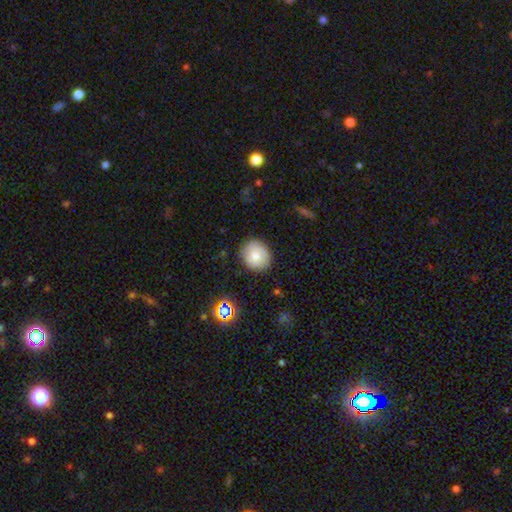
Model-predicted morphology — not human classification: This is likely a smooth galaxy (78%). How rounded: likely round (72%). Merging: clearly none (83%).